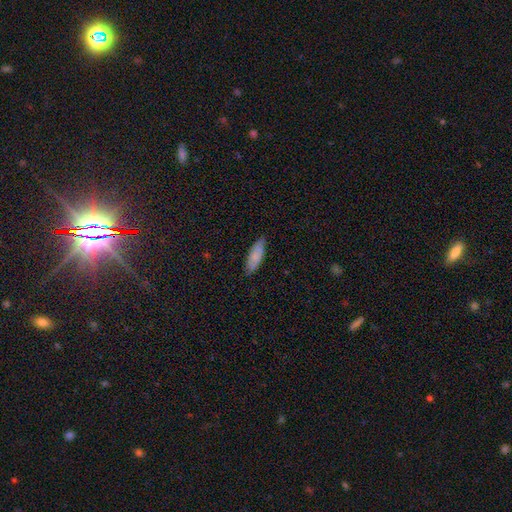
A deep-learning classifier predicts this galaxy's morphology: This appears to be a smooth galaxy with no disk features (81%) that is in between round and cigar-shaped (56%). Merging: none (82%).